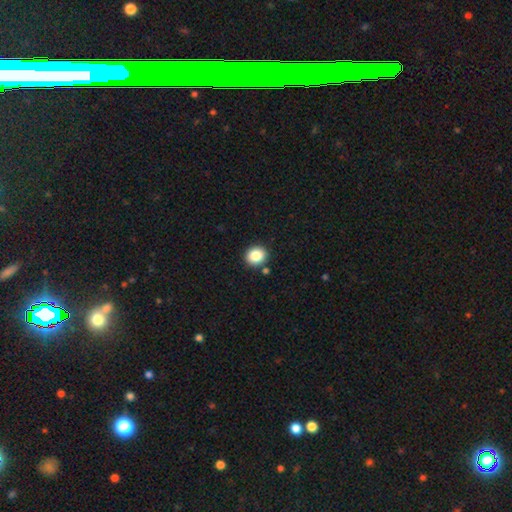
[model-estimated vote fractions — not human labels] This is clearly a smooth galaxy (86%). How rounded: clearly round (81%). Merging: clearly none (88%).